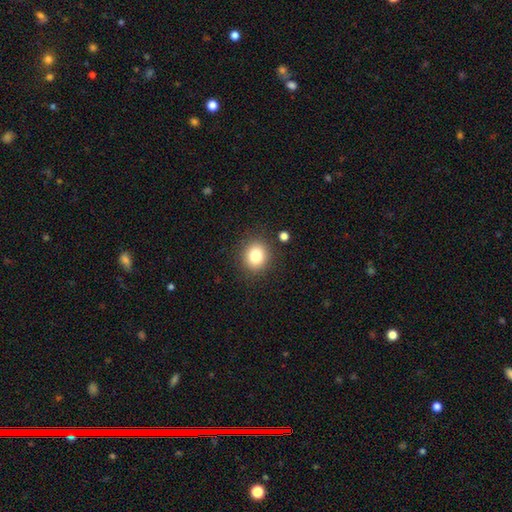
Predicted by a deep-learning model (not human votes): Morphology: type=smooth (81%); roundness=round (81%); merging=none (87%).